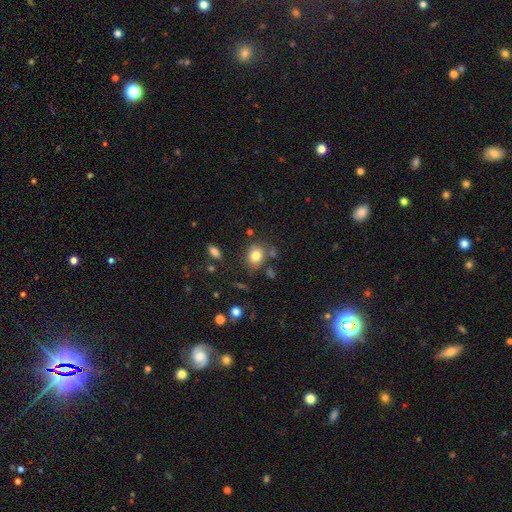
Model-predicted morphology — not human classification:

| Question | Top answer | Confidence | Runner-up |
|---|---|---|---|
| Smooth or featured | smooth | 80% | star or artifact (11%) |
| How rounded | round | 60% | in between (39%) |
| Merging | none | 73% | minor disturbance (15%) |